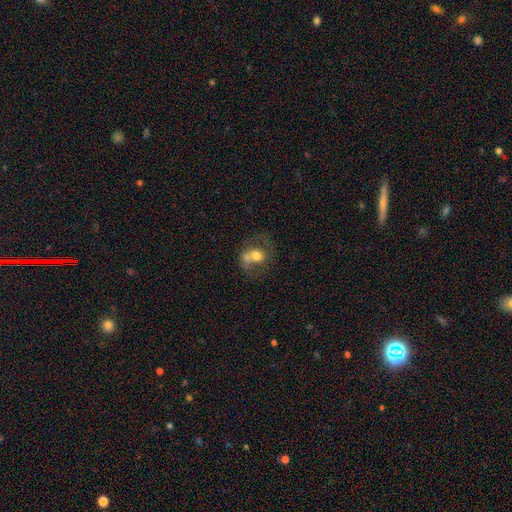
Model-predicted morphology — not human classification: The model was most divided on "how rounded": round: 55%, in between: 43%, cigar-shaped: 1%. Remaining: smooth or featured — smooth (52%); merging — merger (44%).